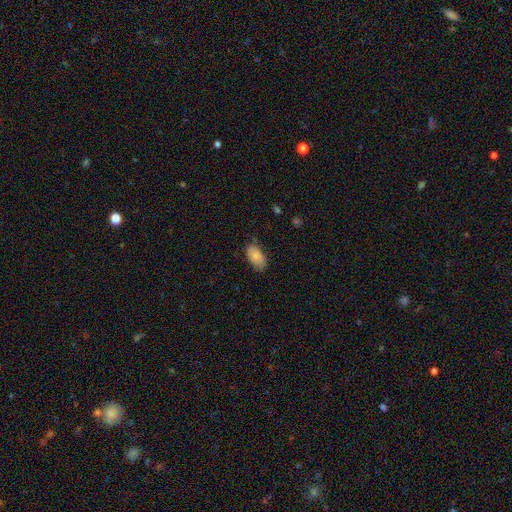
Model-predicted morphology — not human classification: A smooth galaxy with no disk features (83%) that is in between round and cigar-shaped (94%). Merging: none (70%).